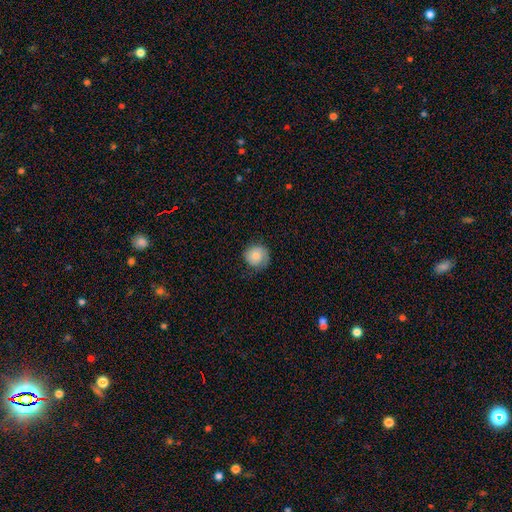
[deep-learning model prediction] Smooth or featured?
  - smooth: 76% *
  - featured or disk: 17%
  - star or artifact: 7%
How rounded?
  - round: 90% *
  - in between: 9%
  - cigar-shaped: 1%
Merging?
  - none: 73% *
  - minor disturbance: 19%
  - major disturbance: 6%
  - merger: 1%